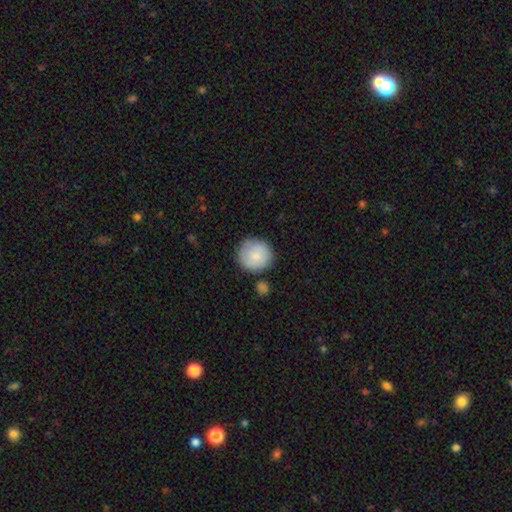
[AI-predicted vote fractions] Morphology: type=smooth (79%); roundness=round (94%); merging=none (78%).